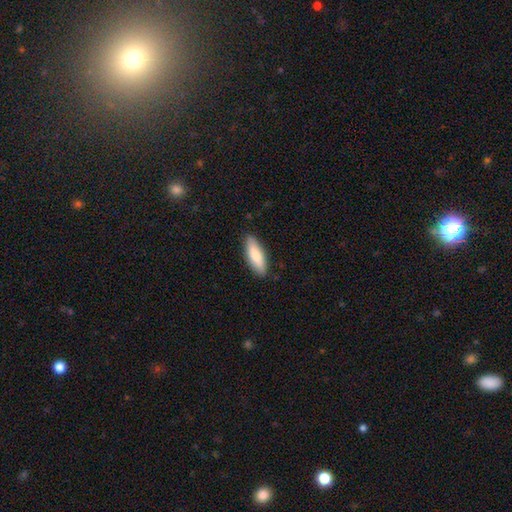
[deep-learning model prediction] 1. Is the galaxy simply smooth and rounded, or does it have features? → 81% smooth, 14% featured or disk, 5% star or artifact.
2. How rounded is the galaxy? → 57% in between, 41% cigar-shaped, 2% round.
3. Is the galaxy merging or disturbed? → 88% none, 9% minor disturbance, 2% major disturbance, 1% merger.